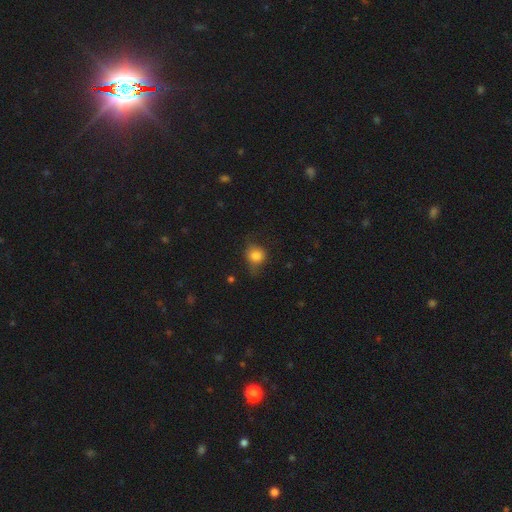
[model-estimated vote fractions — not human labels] Morphology: type=smooth (80%); roundness=round (74%); merging=none (59%).